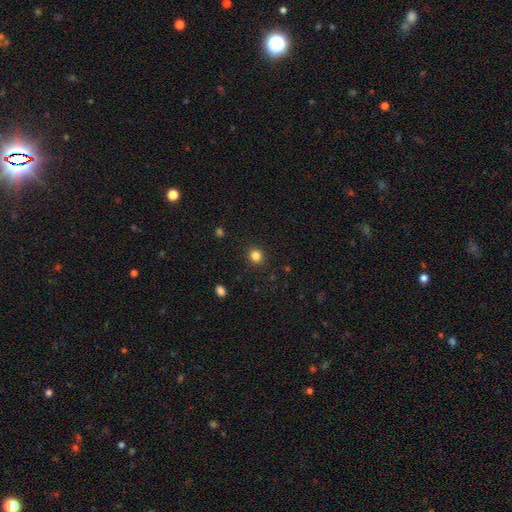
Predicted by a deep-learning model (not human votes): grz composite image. It shows a smooth galaxy with no disk features (83%) that is round (85%). Merging: none (91%).